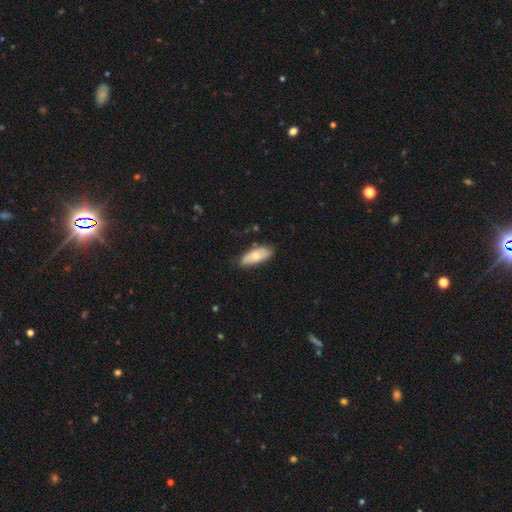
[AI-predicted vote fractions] smooth-or-featured: smooth: 61% | featured or disk: 33% | star or artifact: 6%
  how-rounded: in between: 81% | cigar-shaped: 16% | round: 3%
  merging: none: 72% | minor disturbance: 23% | major disturbance: 4% | merger: 2%